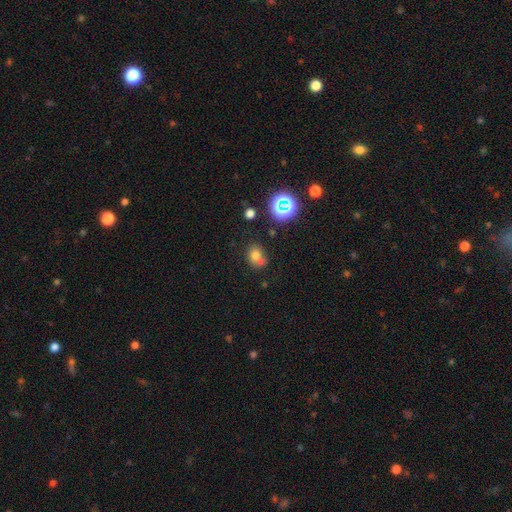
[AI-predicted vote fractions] Smooth or featured? Predicted: smooth (p=0.70). How rounded? Predicted: round (p=0.56). Merging? Predicted: none (p=0.48).